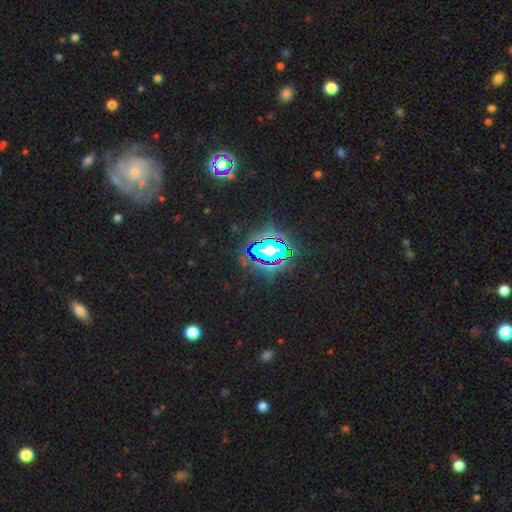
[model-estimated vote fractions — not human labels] The model was most divided on "smooth or featured": star or artifact: 74%, featured or disk: 13%, smooth: 13%.